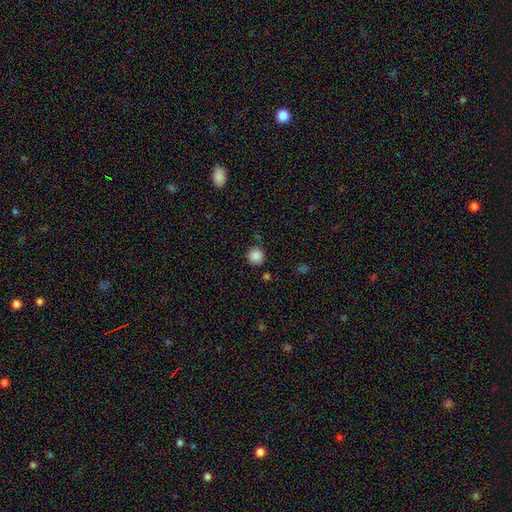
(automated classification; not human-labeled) A smooth galaxy with no disk features (87%) that is round (95%). Merging: none (85%).